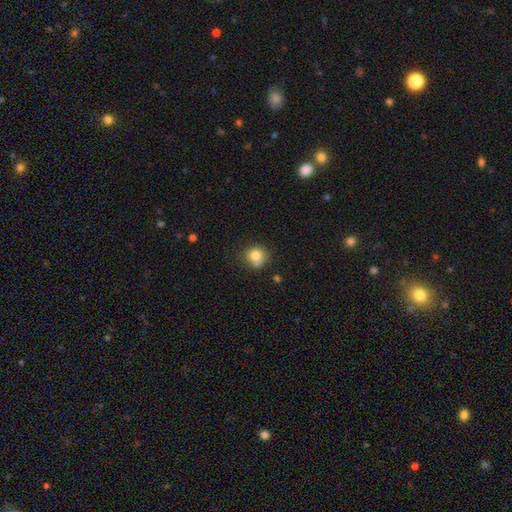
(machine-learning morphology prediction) Q: Smooth or featured?
A: smooth (80%); runner-up: star or artifact (11%)
Q: How rounded?
A: round (82%); runner-up: in between (17%)
Q: Merging?
A: none (61%); runner-up: minor disturbance (20%)